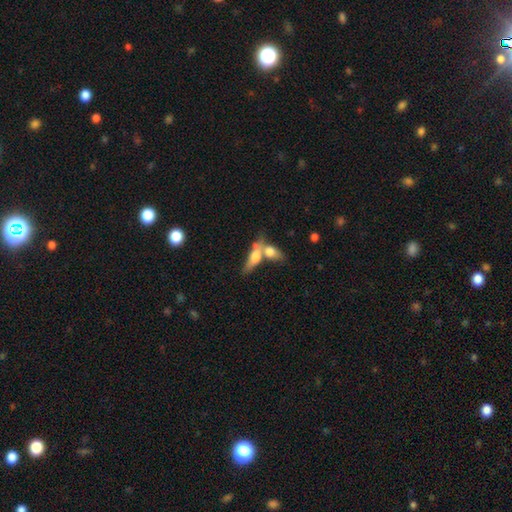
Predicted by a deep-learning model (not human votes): smooth_or_featured: smooth (p=0.62) [alt: featured or disk p=0.31]
how_rounded: in between (p=0.62) [alt: cigar-shaped p=0.32]
merging: merger (p=0.63) [alt: none p=0.23]